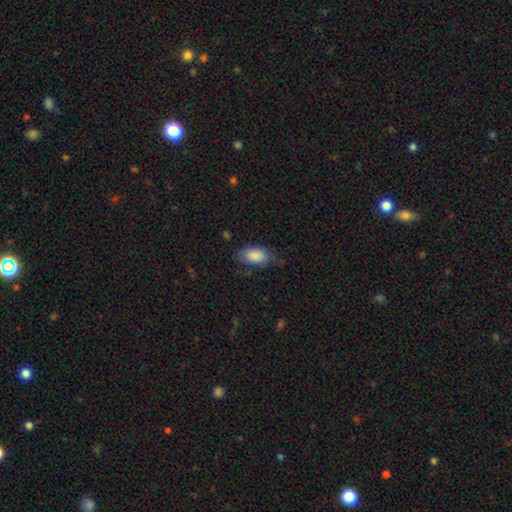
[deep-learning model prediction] Smooth or featured?
  - smooth: 87% *
  - featured or disk: 7%
  - star or artifact: 6%
How rounded?
  - in between: 93% *
  - round: 4%
  - cigar-shaped: 3%
Merging?
  - none: 67% *
  - minor disturbance: 25%
  - major disturbance: 7%
  - merger: 2%